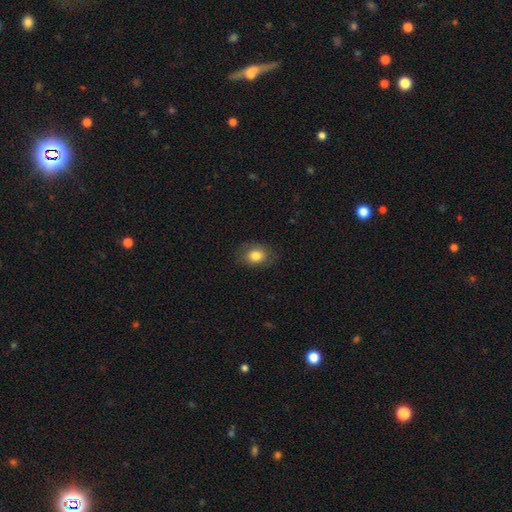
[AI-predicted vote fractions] This appears to be a smooth galaxy with no disk features (80%) that is in between round and cigar-shaped (65%). Merging: none (79%).